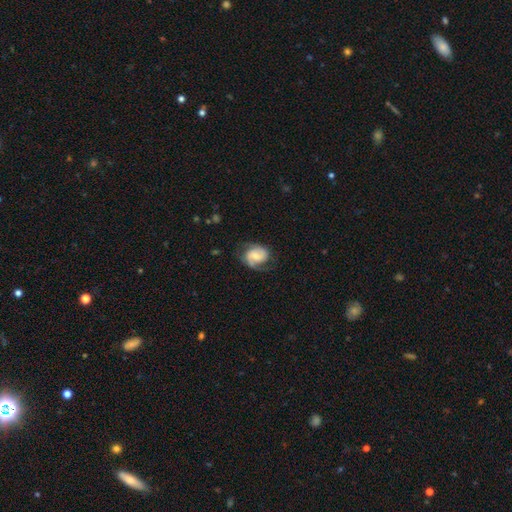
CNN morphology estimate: This is likely a featured or disk galaxy (72%). It is clearly not viewed edge-on (98%). Bar: possibly weak (46%). Spiral arm pattern: clearly yes (94%). Spiral arm count: likely 2 (79%). Spiral winding: possibly medium (45%). Central bulge: marginally small (43%). Merging: likely none (65%).